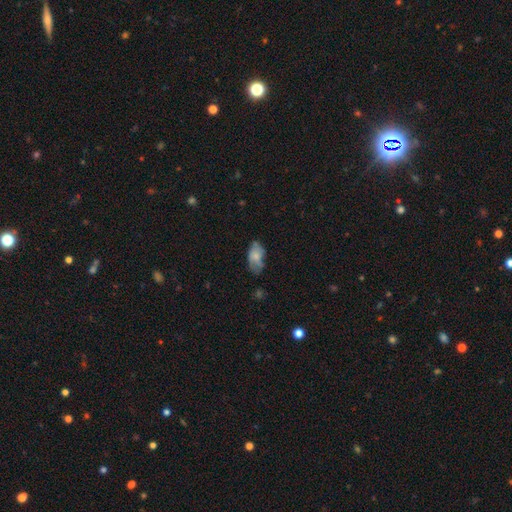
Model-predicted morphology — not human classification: Q: Smooth or featured?
A: smooth (67%); runner-up: featured or disk (25%)
Q: How rounded?
A: in between (92%); runner-up: round (4%)
Q: Merging?
A: none (54%); runner-up: minor disturbance (32%)